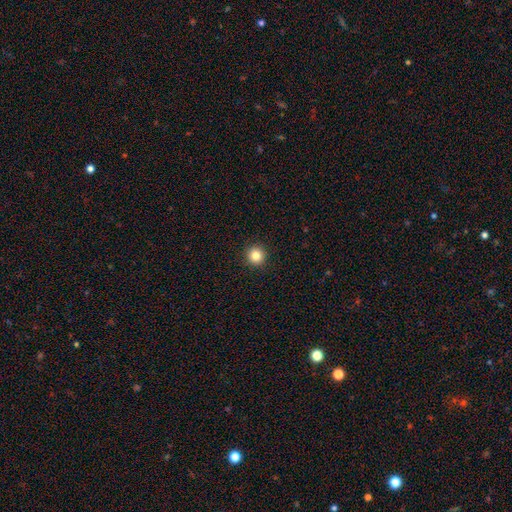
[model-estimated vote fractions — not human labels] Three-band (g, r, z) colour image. It shows a smooth galaxy with no disk features (83%) that is round (95%). Merging: none (93%).